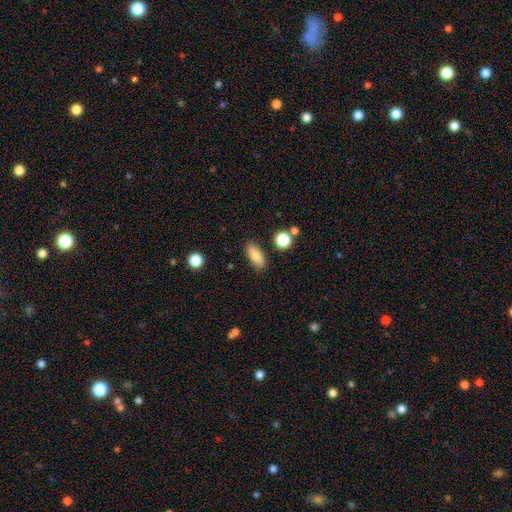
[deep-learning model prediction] Smooth or featured? Predicted: smooth (p=0.81). How rounded? Predicted: in between (p=0.79). Merging? Predicted: none (p=0.85).